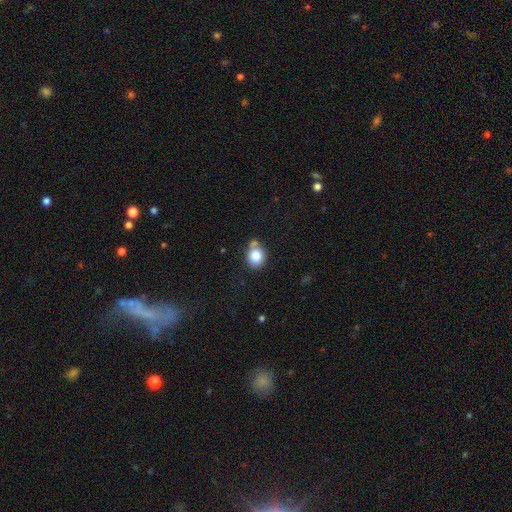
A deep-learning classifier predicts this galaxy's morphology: A smooth galaxy with no disk features (83%) that is round (60%).

Vote fractions:
- Smooth or featured? smooth: 83% / star or artifact: 9% / featured or disk: 8%
- How rounded? round: 60% / in between: 39% / cigar-shaped: 1%
- Merging? none: 56% / minor disturbance: 20% / merger: 19% / major disturbance: 5%